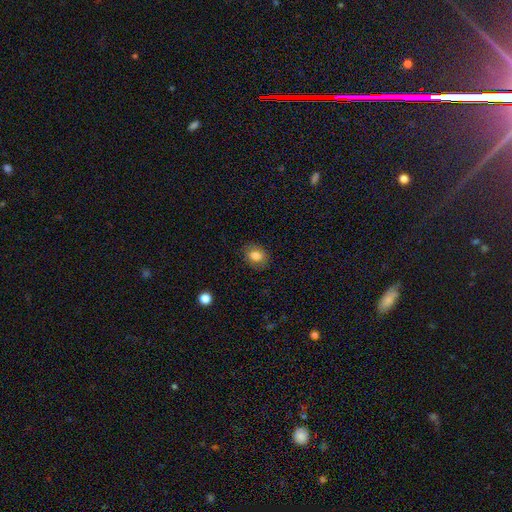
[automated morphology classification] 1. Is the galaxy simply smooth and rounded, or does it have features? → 79% smooth, 11% featured or disk, 9% star or artifact.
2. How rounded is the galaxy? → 57% in between, 42% round, 1% cigar-shaped.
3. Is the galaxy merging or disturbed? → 83% none, 12% minor disturbance, 4% major disturbance, 1% merger.